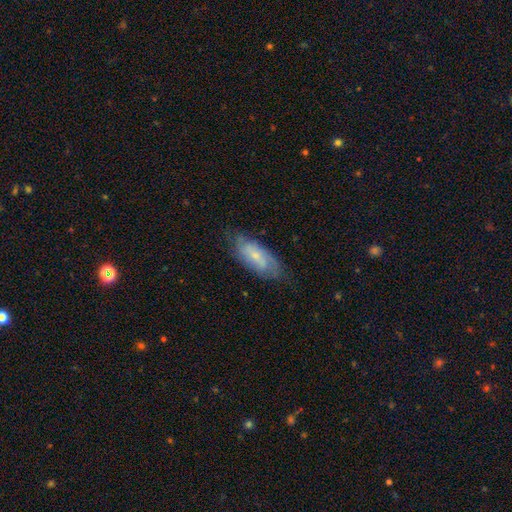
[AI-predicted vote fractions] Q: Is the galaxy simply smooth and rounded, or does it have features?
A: featured or disk — 53%.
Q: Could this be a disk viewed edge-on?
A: no — 87%.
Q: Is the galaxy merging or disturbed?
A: none — 70%.